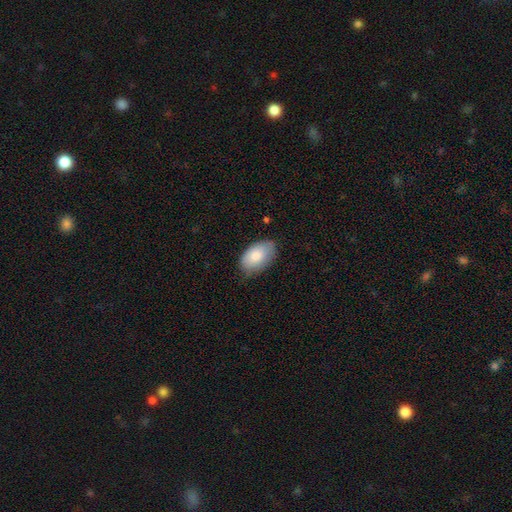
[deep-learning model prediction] Smooth or featured? Predicted: smooth (p=0.81). How rounded? Predicted: in between (p=0.94). Merging? Predicted: none (p=0.73).